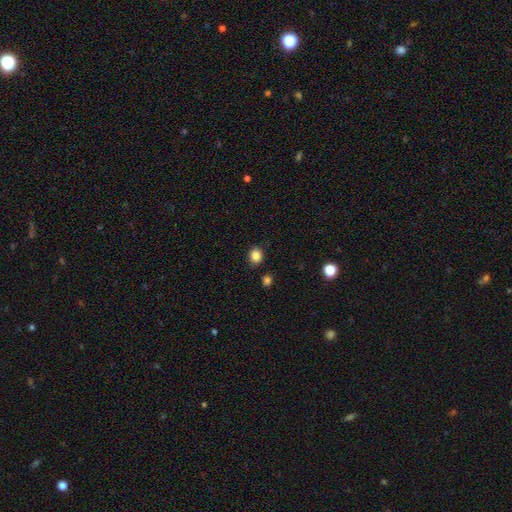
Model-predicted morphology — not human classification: This appears to be a smooth galaxy with no disk features (85%) that is round (74%). Merging: none (88%).